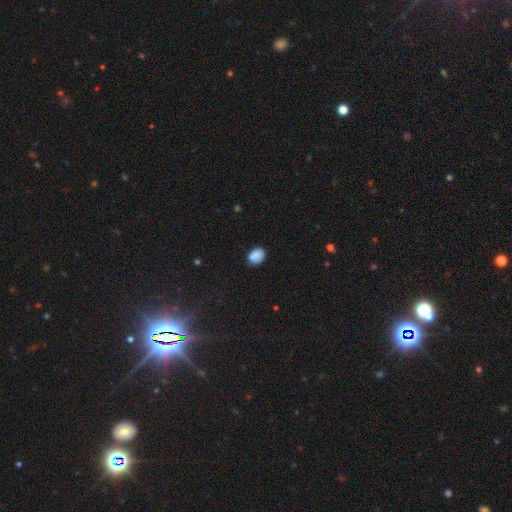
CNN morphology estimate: A smooth galaxy with no disk features (82%) that is in between round and cigar-shaped (68%).

Vote fractions:
- Smooth or featured? smooth: 82% / star or artifact: 10% / featured or disk: 8%
- How rounded? in between: 68% / round: 31% / cigar-shaped: 1%
- Merging? none: 73% / minor disturbance: 20% / major disturbance: 4% / merger: 3%